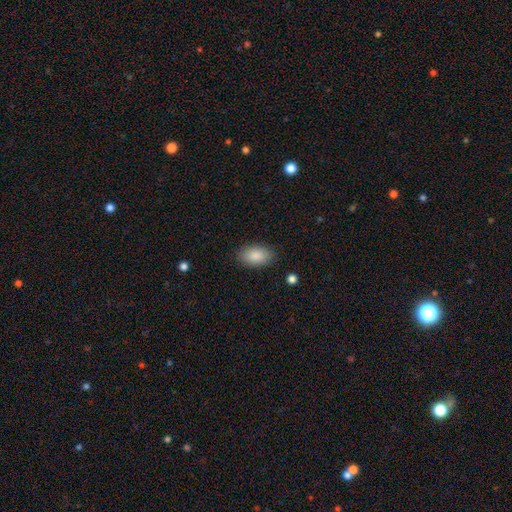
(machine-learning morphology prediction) A smooth galaxy with no disk features (88%) that is in between round and cigar-shaped (94%).

Vote fractions:
- Smooth or featured? smooth: 88% / star or artifact: 7% / featured or disk: 5%
- How rounded? in between: 94% / round: 5% / cigar-shaped: 2%
- Merging? none: 87% / minor disturbance: 10% / major disturbance: 3% / merger: 1%